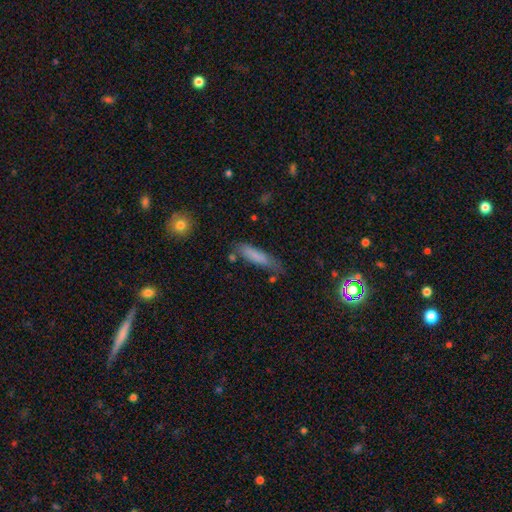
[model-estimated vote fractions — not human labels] Smooth or featured?
  - smooth: 78% *
  - featured or disk: 14%
  - star or artifact: 8%
How rounded?
  - cigar-shaped: 77% *
  - in between: 21%
  - round: 2%
Merging?
  - none: 65% *
  - minor disturbance: 24%
  - major disturbance: 6%
  - merger: 5%